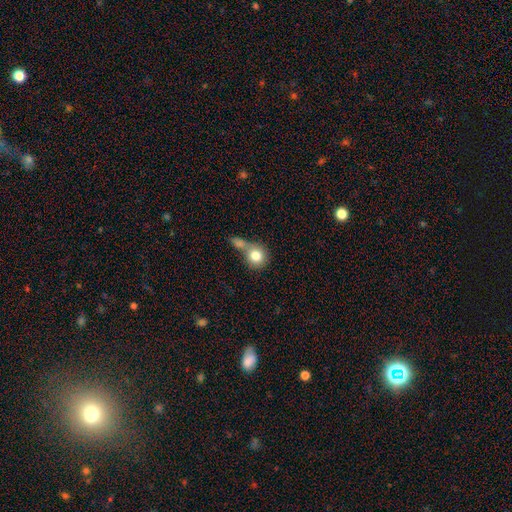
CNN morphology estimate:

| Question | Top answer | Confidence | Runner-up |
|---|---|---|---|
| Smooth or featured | smooth | 80% | featured or disk (11%) |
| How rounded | round | 87% | in between (12%) |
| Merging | merger | 42% | none (40%) |